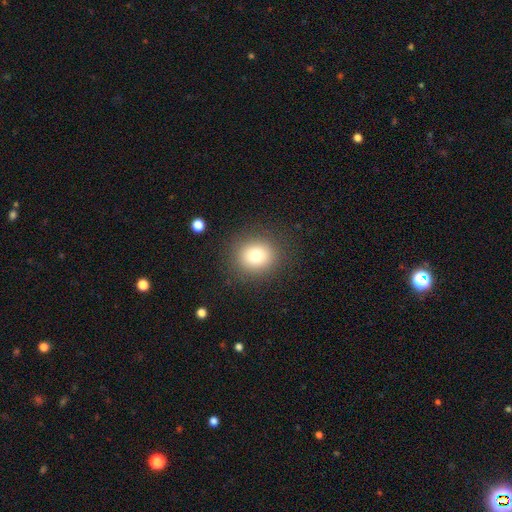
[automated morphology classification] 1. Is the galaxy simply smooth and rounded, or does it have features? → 78% smooth, 12% star or artifact, 10% featured or disk.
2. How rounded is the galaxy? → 81% round, 18% in between, 1% cigar-shaped.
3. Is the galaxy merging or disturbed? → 87% none, 8% minor disturbance, 4% major disturbance, 1% merger.